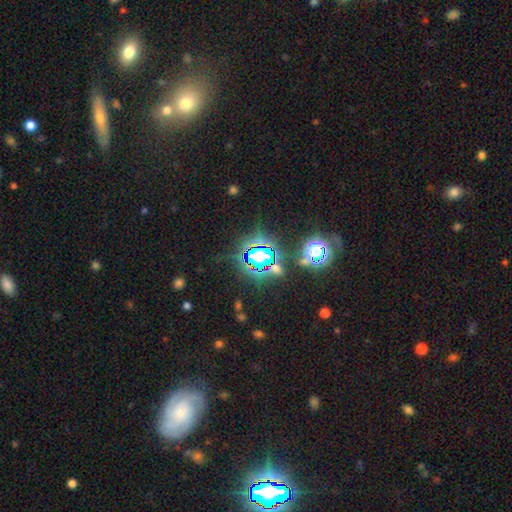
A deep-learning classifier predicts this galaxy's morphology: Smooth or featured? star or artifact (73%)